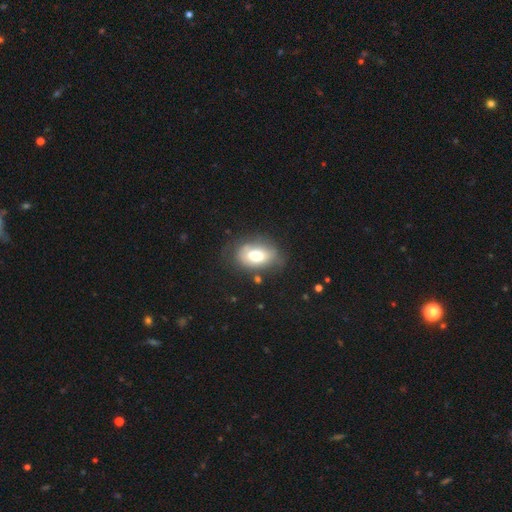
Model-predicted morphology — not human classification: type=smooth (67%); roundness=in between (88%); merging=none (57%).